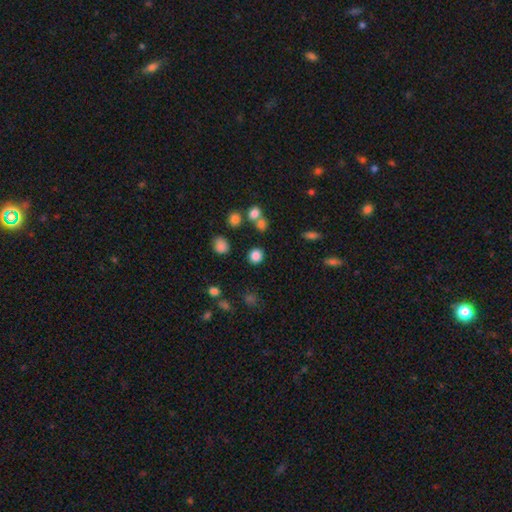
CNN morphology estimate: smooth 81%, star or artifact 14%, featured or disk 5%. Down the decision tree: how rounded — round (85%); merging — none (82%).